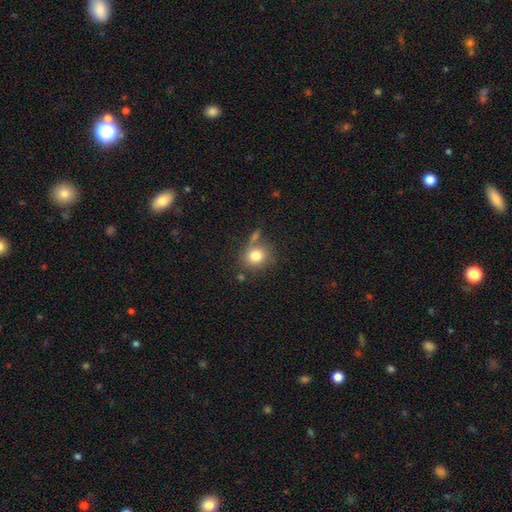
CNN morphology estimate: smooth 80%, star or artifact 10%, featured or disk 10%. Down the decision tree: how rounded — round (76%); merging — none (65%).